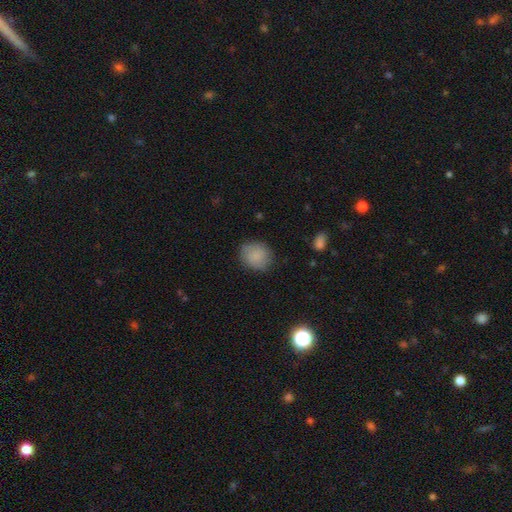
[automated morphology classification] This is clearly a smooth galaxy (83%). How rounded: likely round (75%). Merging: clearly none (81%).